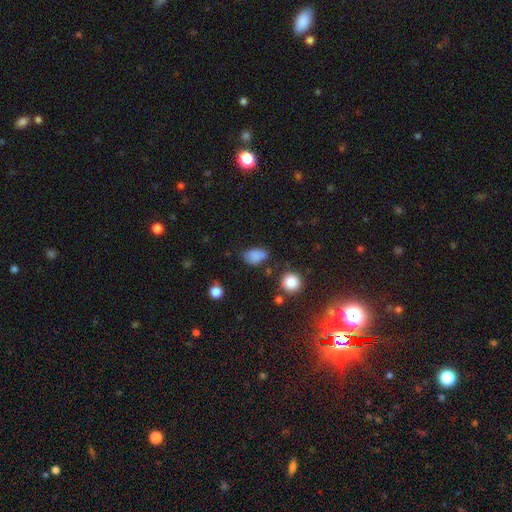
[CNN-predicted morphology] Smooth or featured?
  - smooth: 80% *
  - star or artifact: 12%
  - featured or disk: 8%
How rounded?
  - in between: 79% *
  - round: 20%
  - cigar-shaped: 1%
Merging?
  - none: 54% *
  - minor disturbance: 29%
  - major disturbance: 9%
  - merger: 8%